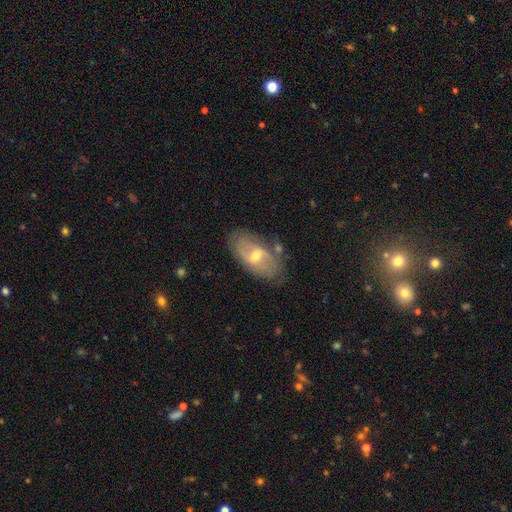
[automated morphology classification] featured or disk 58%, smooth 34%, star or artifact 8%. Down the decision tree: edge-on disk — no (89%); bar — weak (54%); spiral arms — yes (56%); bulge size — moderate (61%); merging — none (73%).